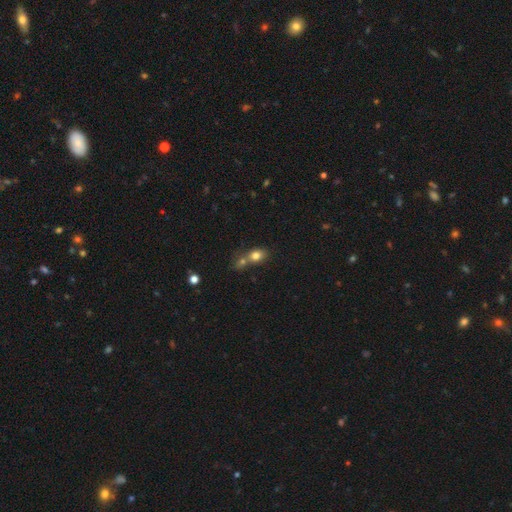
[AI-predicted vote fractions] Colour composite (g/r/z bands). It shows a smooth galaxy with no disk features (78%) that is in between round and cigar-shaped (54%). Merging: merger (50%).